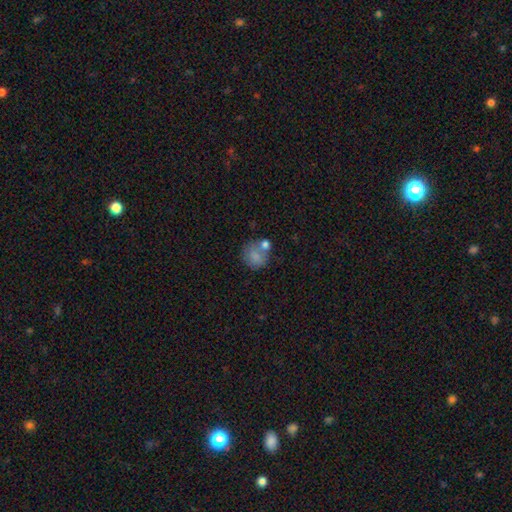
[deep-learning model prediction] Overall: smooth (79%). How rounded: round (81%). Merging: none (53%; merger 25%).